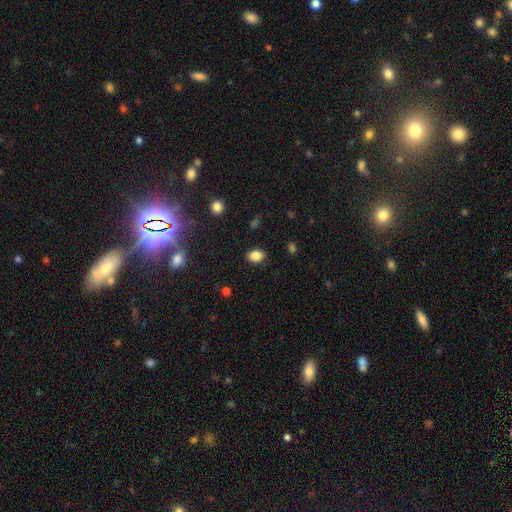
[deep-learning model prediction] Overall: smooth (85%). How rounded: in between (78%). Merging: none (87%).